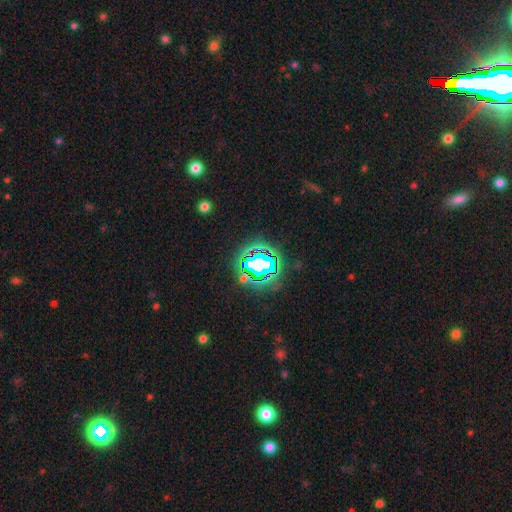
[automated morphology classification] star or artifact 71%, smooth 16%, featured or disk 13%.